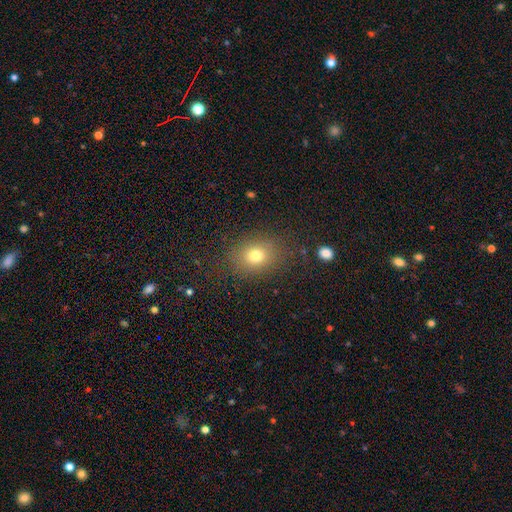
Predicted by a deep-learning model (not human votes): This appears to be a smooth galaxy with no disk features (75%) that is in between round and cigar-shaped (55%). Merging: none (81%).